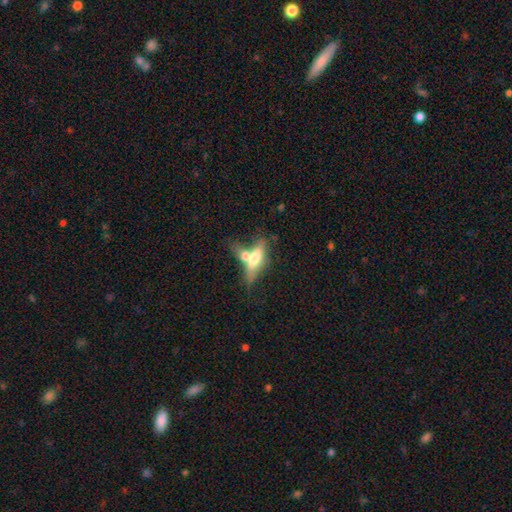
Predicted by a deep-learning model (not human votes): Smooth or featured? Predicted: smooth (p=0.52). How rounded? Predicted: cigar-shaped (p=0.50). Merging? Predicted: merger (p=0.50).